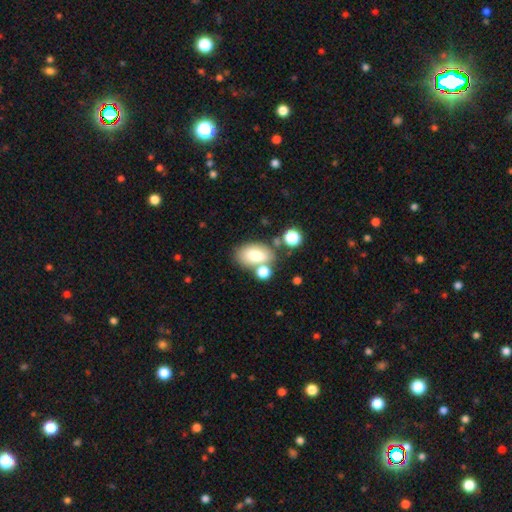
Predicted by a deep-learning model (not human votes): Overall: smooth (76%). How rounded: in between (88%). Merging: none (60%; merger 20%).